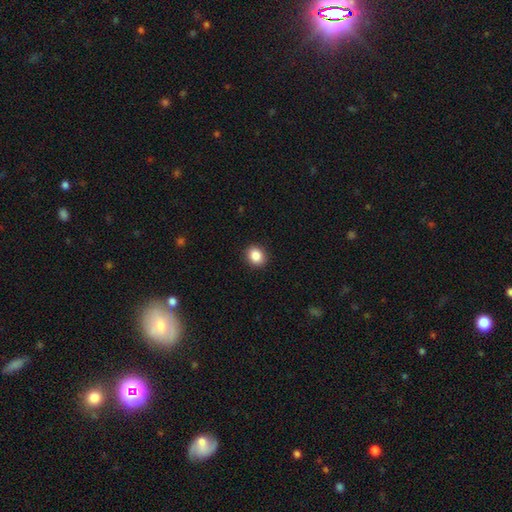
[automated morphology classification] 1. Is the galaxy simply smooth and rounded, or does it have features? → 86% smooth, 9% star or artifact, 4% featured or disk.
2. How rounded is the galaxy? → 64% round, 35% in between, 1% cigar-shaped.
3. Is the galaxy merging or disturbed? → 91% none, 6% minor disturbance, 2% major disturbance, 1% merger.